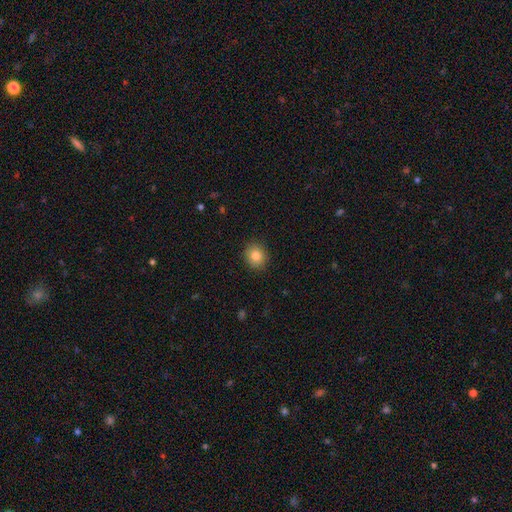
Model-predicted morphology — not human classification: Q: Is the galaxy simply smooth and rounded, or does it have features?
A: smooth — 83%.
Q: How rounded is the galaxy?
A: round — 77%.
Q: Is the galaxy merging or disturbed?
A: none — 90%.